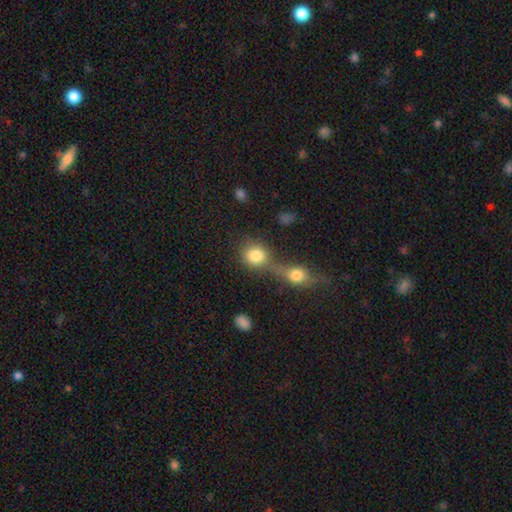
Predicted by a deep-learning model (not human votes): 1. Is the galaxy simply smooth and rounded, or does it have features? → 81% smooth, 10% star or artifact, 9% featured or disk.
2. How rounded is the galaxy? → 80% round, 18% in between, 2% cigar-shaped.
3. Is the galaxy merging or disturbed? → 51% merger, 36% none, 8% minor disturbance, 6% major disturbance.